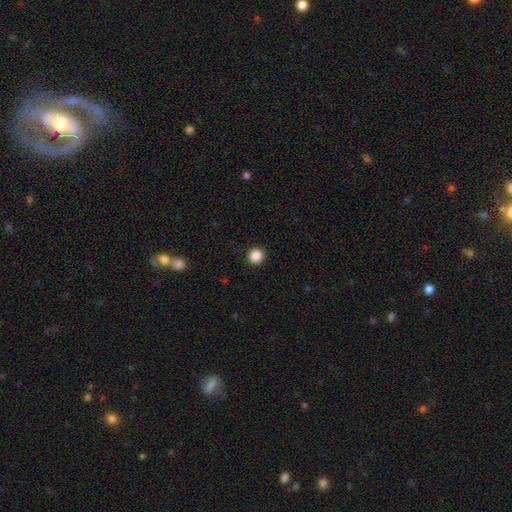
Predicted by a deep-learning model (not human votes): The model was most divided on "smooth or featured": smooth: 86%, star or artifact: 11%, featured or disk: 3%. More confident: merging — none (92%); how rounded — round (92%).